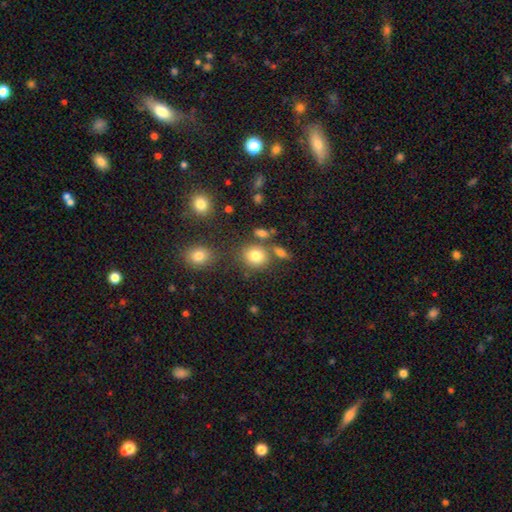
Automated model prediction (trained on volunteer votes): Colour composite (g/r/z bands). It shows a smooth galaxy with no disk features (80%) that is round (76%). Merging: none (70%).